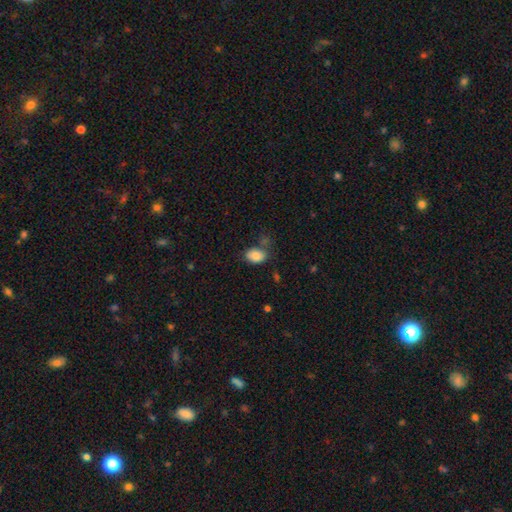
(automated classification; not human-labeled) smooth_or_featured: smooth (p=0.86) [alt: star or artifact p=0.08]
how_rounded: in between (p=0.81) [alt: round p=0.18]
merging: none (p=0.63) [alt: minor disturbance p=0.21]